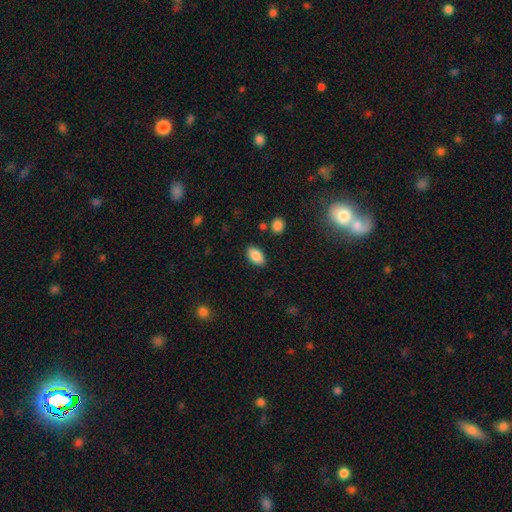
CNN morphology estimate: smooth-or-featured: smooth: 87% | star or artifact: 7% | featured or disk: 6%
  how-rounded: in between: 93% | round: 5% | cigar-shaped: 3%
  merging: none: 86% | minor disturbance: 10% | major disturbance: 3% | merger: 2%